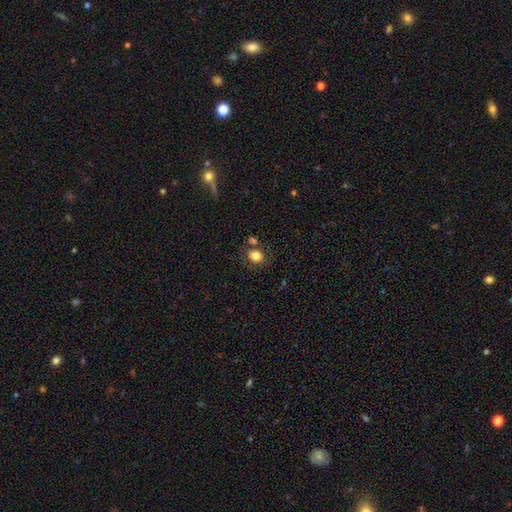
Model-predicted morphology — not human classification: Smooth or featured? Predicted: smooth (p=0.82). How rounded? Predicted: round (p=0.58). Merging? Predicted: none (p=0.69).